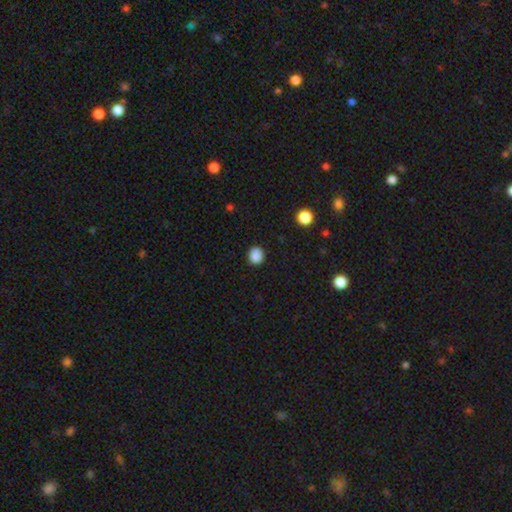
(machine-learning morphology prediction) Smooth or featured? smooth (87%)
How rounded? round (83%)
Merging? none (90%)